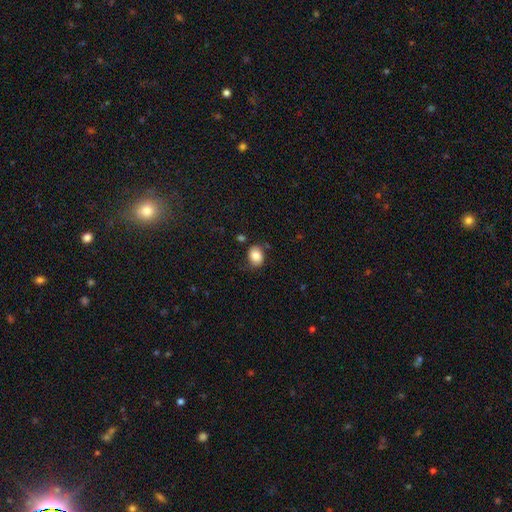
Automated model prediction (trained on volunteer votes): Overall: smooth (83%). How rounded: in between (59%; round 40%). Merging: none (74%).